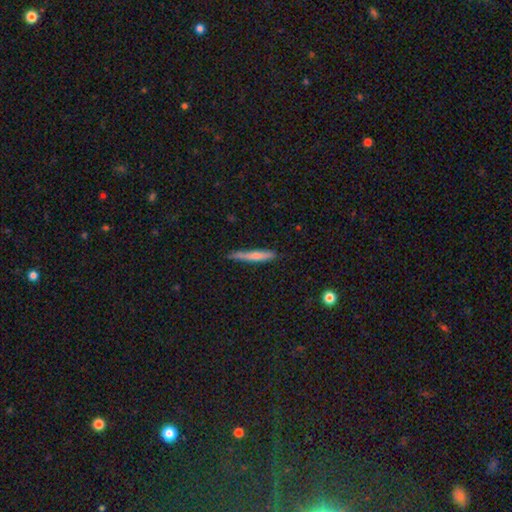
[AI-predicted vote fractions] Smooth or featured: featured or disk — 49% (smooth — 41%)
Merging: none — 87% (minor disturbance — 10%)